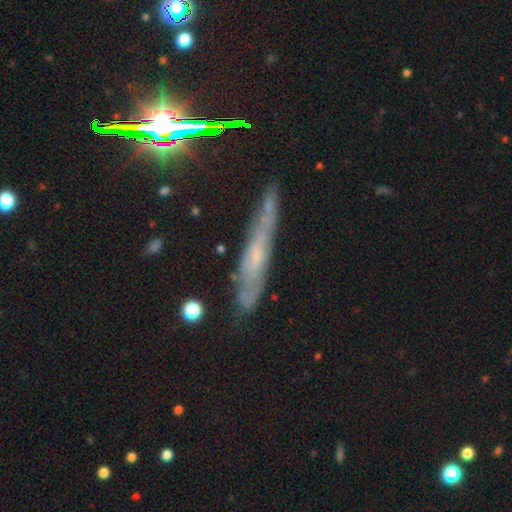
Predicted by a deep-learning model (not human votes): Smooth or featured? featured or disk (57%)
Edge-on disk? yes (71%)
Merging? none (69%)